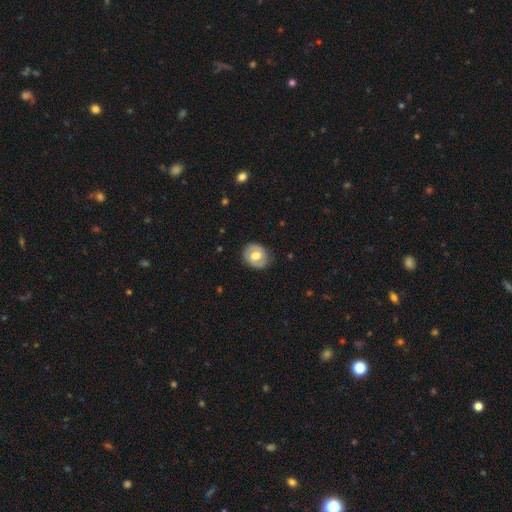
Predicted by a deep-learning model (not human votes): A featured or disk galaxy (48%).

Vote fractions:
- Smooth or featured? featured or disk: 48% / smooth: 46% / star or artifact: 6%
- Merging? none: 83% / minor disturbance: 13% / major disturbance: 4% / merger: 1%